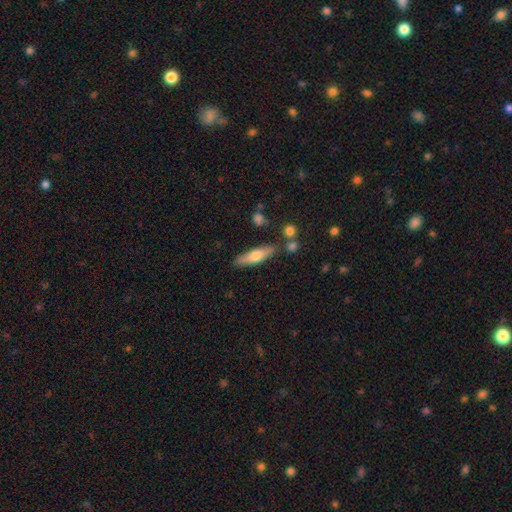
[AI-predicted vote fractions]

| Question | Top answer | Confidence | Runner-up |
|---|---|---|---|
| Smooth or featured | smooth | 61% | featured or disk (33%) |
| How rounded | cigar-shaped | 65% | in between (32%) |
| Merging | none | 78% | minor disturbance (12%) |